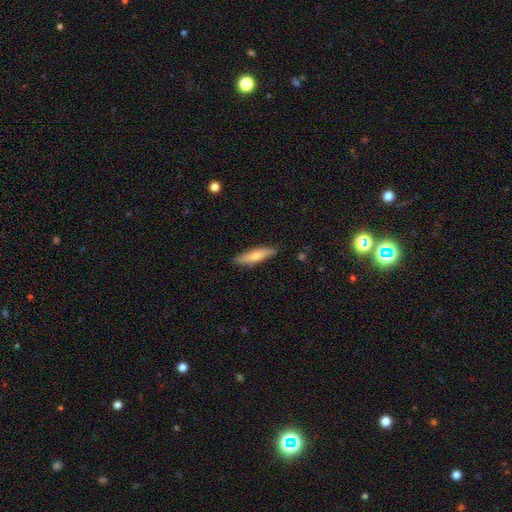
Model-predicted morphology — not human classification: A smooth galaxy with no disk features (67%) that is cigar-shaped (72%). Merging: none (86%).